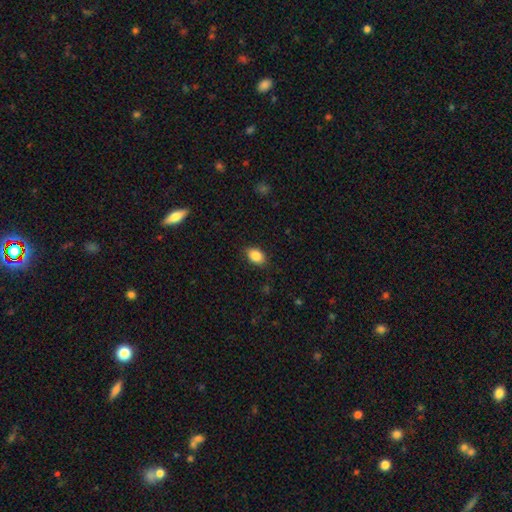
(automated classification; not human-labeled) This is clearly a smooth galaxy (87%). How rounded: clearly in between (81%). Merging: clearly none (85%).